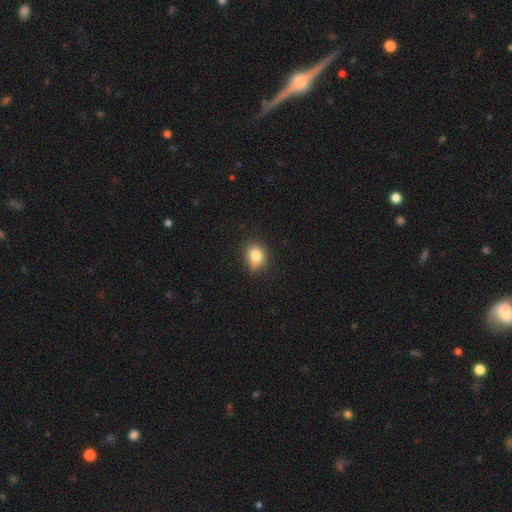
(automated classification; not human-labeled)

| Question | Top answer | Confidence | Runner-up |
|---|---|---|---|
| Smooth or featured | smooth | 81% | star or artifact (11%) |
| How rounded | round | 56% | in between (43%) |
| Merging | none | 70% | minor disturbance (23%) |